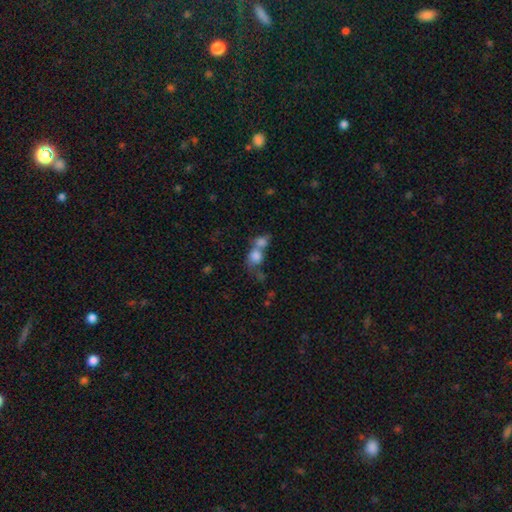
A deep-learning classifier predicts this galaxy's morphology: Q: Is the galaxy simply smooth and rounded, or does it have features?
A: smooth — 77%.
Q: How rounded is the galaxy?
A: round — 58%.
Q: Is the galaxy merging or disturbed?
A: merger — 70%.